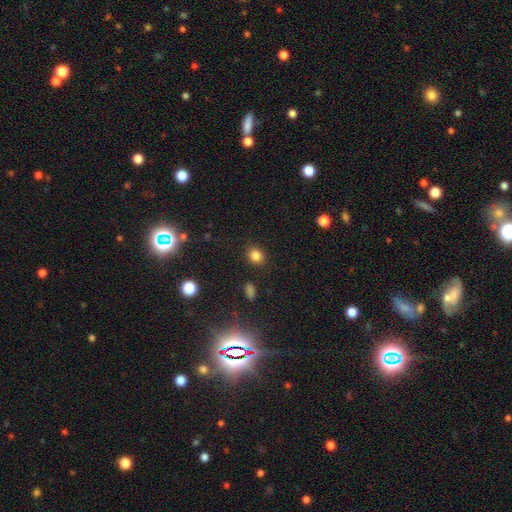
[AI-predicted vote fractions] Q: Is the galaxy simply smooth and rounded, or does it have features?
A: smooth — 82%.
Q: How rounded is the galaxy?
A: round — 68%.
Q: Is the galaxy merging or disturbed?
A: none — 88%.